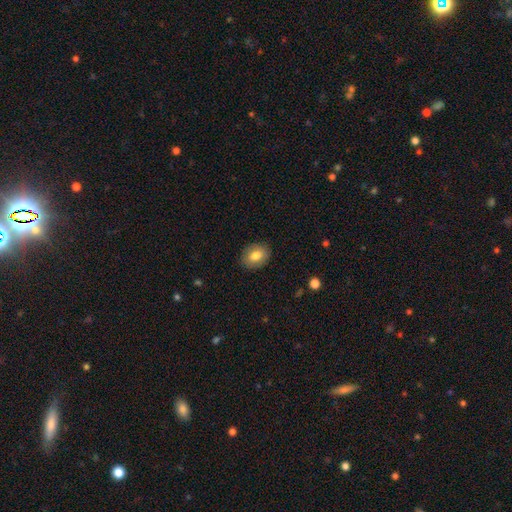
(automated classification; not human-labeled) Smooth or featured?
  - smooth: 79% *
  - featured or disk: 14%
  - star or artifact: 7%
How rounded?
  - in between: 70% *
  - round: 29%
  - cigar-shaped: 1%
Merging?
  - none: 87% *
  - minor disturbance: 9%
  - major disturbance: 2%
  - merger: 1%